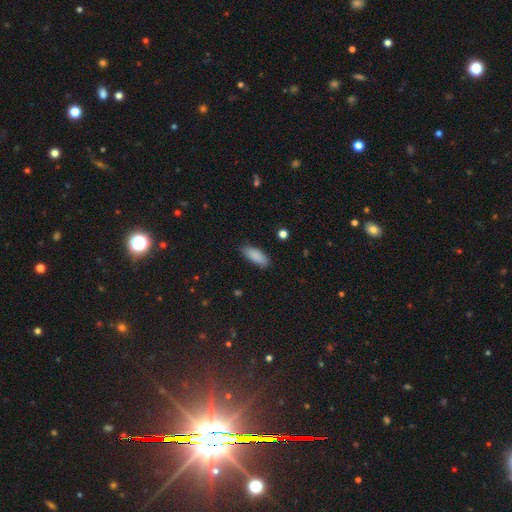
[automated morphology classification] This appears to be a smooth galaxy with no disk features (88%) that is in between round and cigar-shaped (73%). Merging: none (85%).